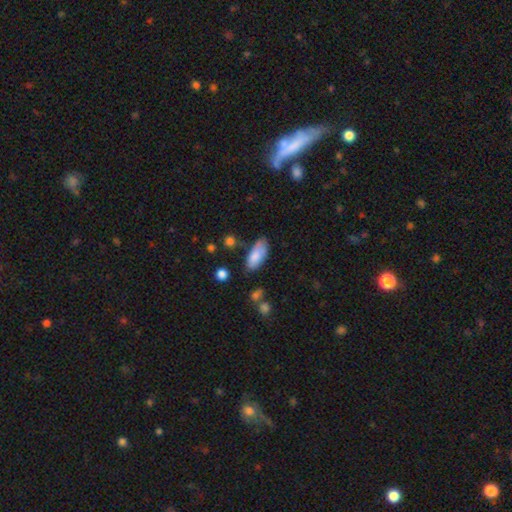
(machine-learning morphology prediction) This is clearly a smooth galaxy (80%). How rounded: clearly in between (87%). Merging: likely none (61%).